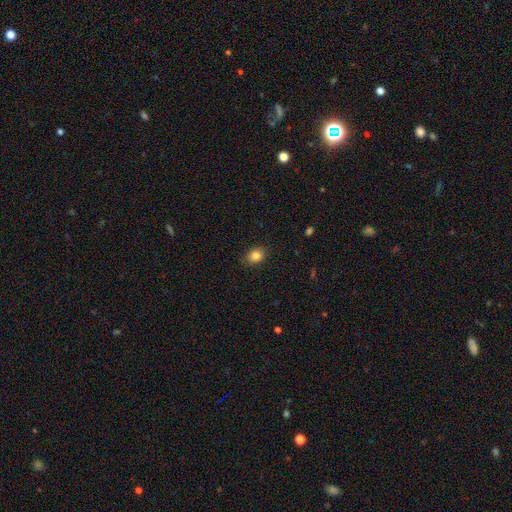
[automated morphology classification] A smooth galaxy with no disk features (83%) that is in between round and cigar-shaped (53%). Merging: none (86%).